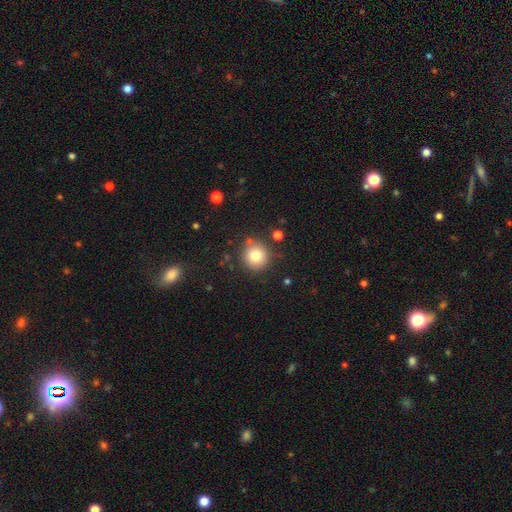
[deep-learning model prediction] Overall: smooth (79%). How rounded: round (92%). Merging: none (82%).